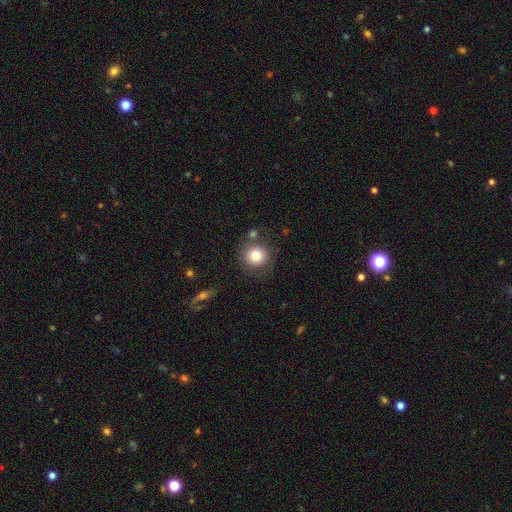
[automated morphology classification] type=smooth (80%); roundness=round (91%); merging=none (76%).